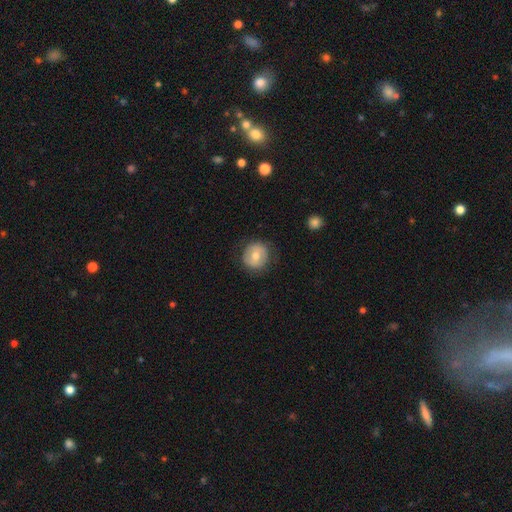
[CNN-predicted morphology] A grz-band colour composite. It shows a smooth galaxy with no disk features (65%) that is round (89%). Merging: none (83%).